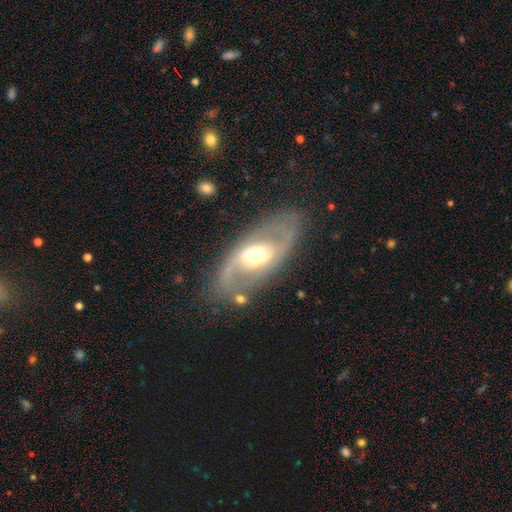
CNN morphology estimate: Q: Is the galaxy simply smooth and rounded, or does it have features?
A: featured or disk — 80%.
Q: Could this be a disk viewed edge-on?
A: no — 91%.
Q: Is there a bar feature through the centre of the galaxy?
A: weak — 40%.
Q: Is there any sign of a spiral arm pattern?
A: yes — 81%.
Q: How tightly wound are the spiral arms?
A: medium — 46%.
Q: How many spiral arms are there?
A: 2 — 86%.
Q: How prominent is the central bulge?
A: moderate — 66%.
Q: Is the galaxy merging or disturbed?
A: none — 78%.